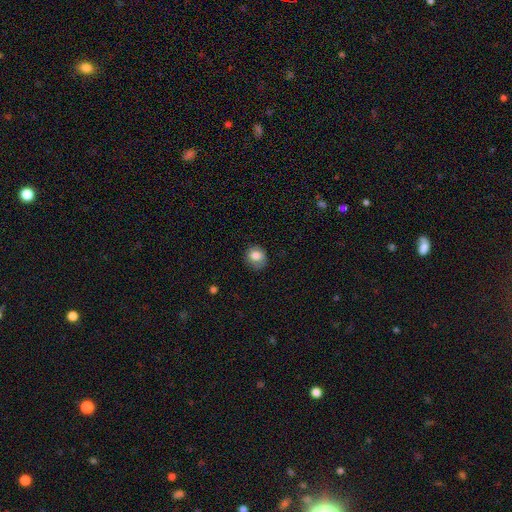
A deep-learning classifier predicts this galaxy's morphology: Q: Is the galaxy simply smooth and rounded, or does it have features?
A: smooth — 80%.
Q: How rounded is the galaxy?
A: round — 71%.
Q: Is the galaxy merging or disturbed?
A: none — 74%.